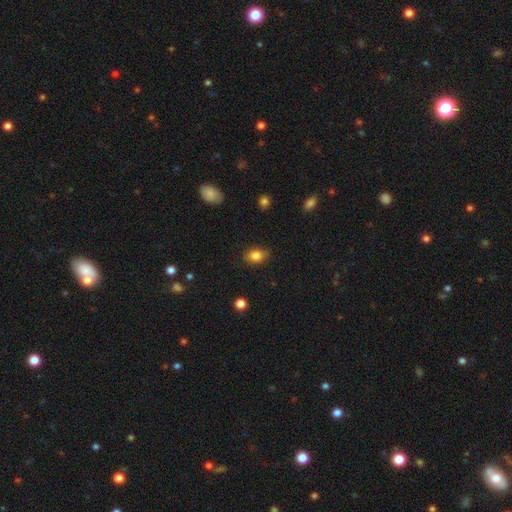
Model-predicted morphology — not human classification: This appears to be a smooth galaxy with no disk features (84%) that is in between round and cigar-shaped (68%). Merging: none (82%).